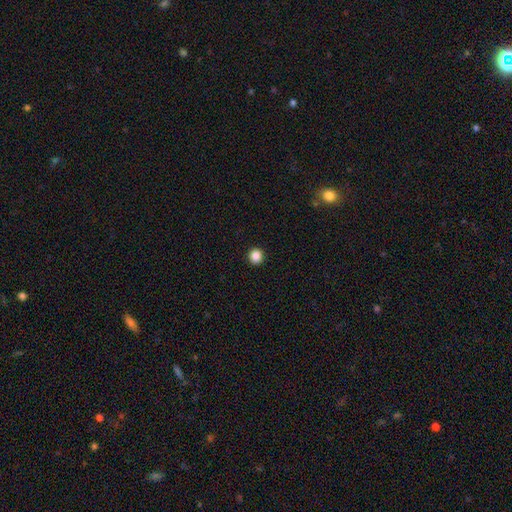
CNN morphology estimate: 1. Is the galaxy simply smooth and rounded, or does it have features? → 86% smooth, 11% star or artifact, 4% featured or disk.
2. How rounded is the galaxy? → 93% round, 6% in between, 1% cigar-shaped.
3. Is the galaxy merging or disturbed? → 94% none, 4% minor disturbance, 1% major disturbance, 1% merger.